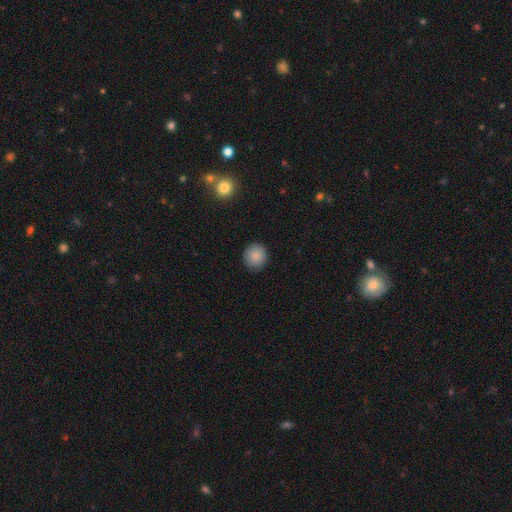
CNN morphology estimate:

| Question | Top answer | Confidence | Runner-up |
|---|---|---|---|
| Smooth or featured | smooth | 87% | star or artifact (8%) |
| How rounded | round | 91% | in between (8%) |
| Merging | none | 91% | minor disturbance (6%) |